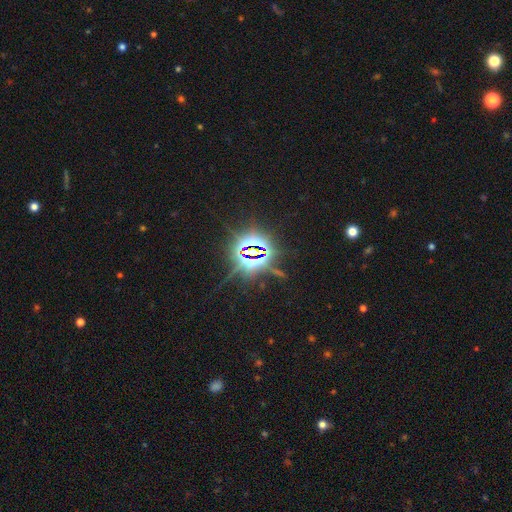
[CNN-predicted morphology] smooth_or_featured: star or artifact (p=0.85) [alt: smooth p=0.08]